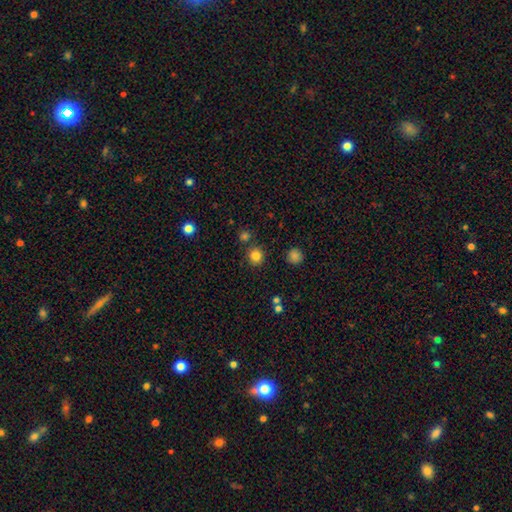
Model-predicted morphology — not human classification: A smooth galaxy with no disk features (81%) that is round (92%). Merging: none (84%).